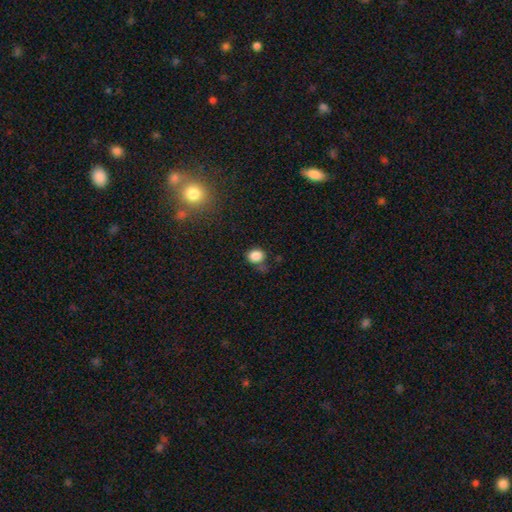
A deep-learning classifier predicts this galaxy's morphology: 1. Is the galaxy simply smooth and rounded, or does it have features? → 85% smooth, 11% star or artifact, 5% featured or disk.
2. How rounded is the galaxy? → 62% round, 37% in between, 1% cigar-shaped.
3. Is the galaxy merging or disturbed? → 59% none, 26% minor disturbance, 9% major disturbance, 6% merger.